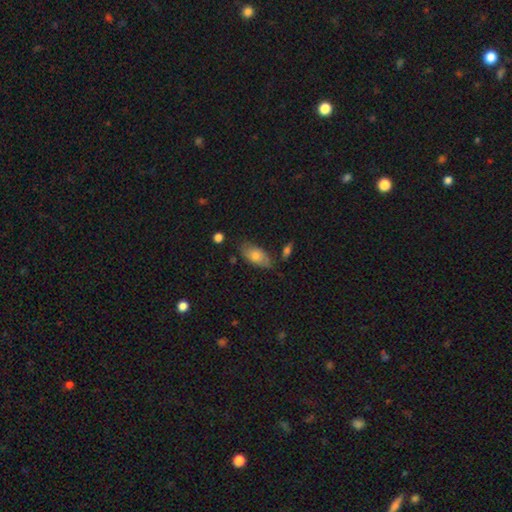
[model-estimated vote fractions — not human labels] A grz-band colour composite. It shows a smooth galaxy with no disk features (75%) that is in between round and cigar-shaped (90%). Merging: none (74%).